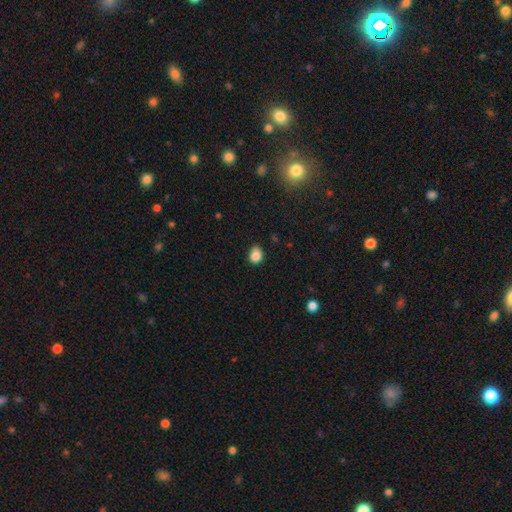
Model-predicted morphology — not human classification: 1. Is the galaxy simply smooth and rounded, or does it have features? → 86% smooth, 10% star or artifact, 4% featured or disk.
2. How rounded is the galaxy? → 53% round, 46% in between, 1% cigar-shaped.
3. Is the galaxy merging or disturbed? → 74% none, 21% minor disturbance, 3% major disturbance, 1% merger.